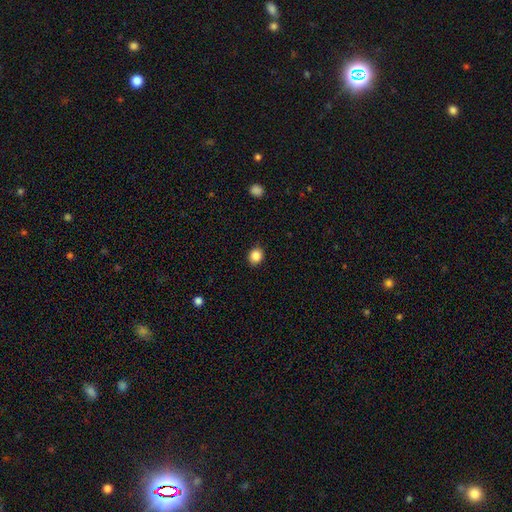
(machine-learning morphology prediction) A smooth galaxy with no disk features (86%) that is round (73%).

Vote fractions:
- Smooth or featured? smooth: 86% / star or artifact: 10% / featured or disk: 4%
- How rounded? round: 73% / in between: 27% / cigar-shaped: 1%
- Merging? none: 90% / minor disturbance: 7% / major disturbance: 2% / merger: 1%